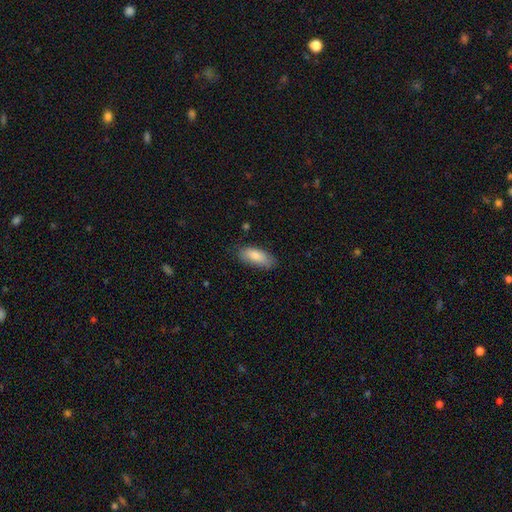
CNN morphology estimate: Overall: smooth (86%). How rounded: in between (80%). Merging: none (76%).